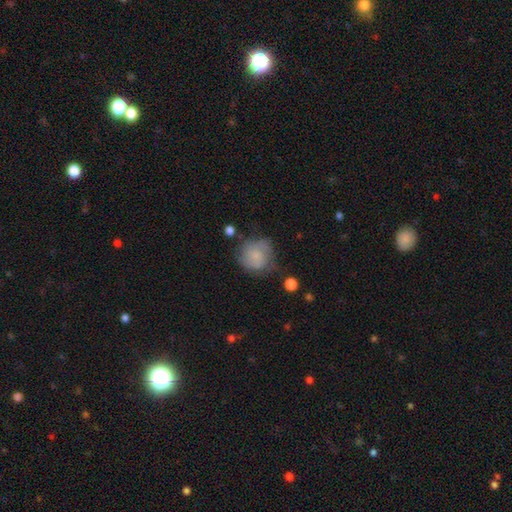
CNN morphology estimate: This is likely a smooth galaxy (68%). How rounded: clearly round (84%). Merging: possibly none (54%).